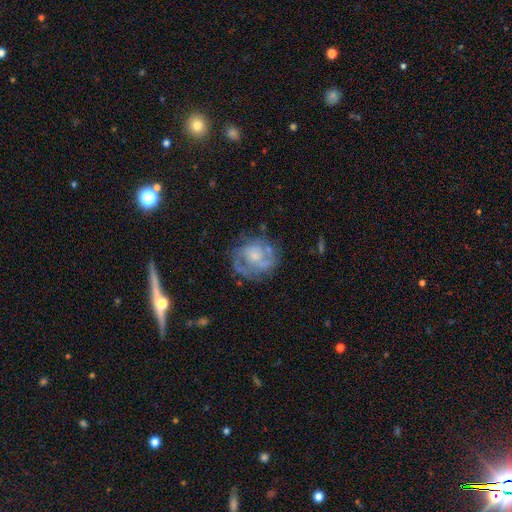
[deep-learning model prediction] Smooth or featured: featured or disk — 71% (smooth — 22%)
Edge-on disk: no — 98% (yes — 2%)
Bar: no — 73% (weak — 23%)
Spiral arms: yes — 77% (no — 23%)
Spiral winding: tight — 42% (medium — 41%)
Spiral arm count: 2 — 38% (can't tell — 31%)
Bulge size: small — 45% (moderate — 33%)
Merging: none — 63% (minor disturbance — 20%)